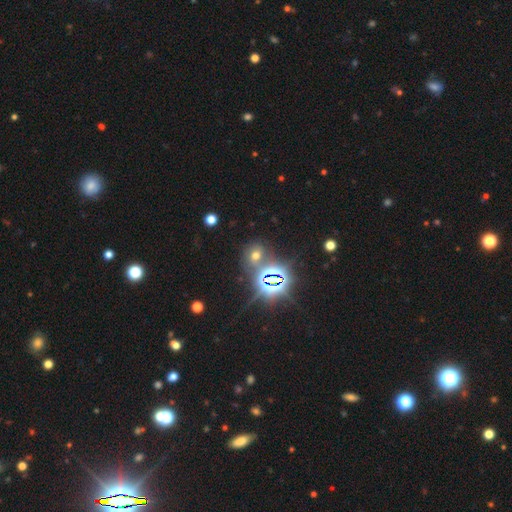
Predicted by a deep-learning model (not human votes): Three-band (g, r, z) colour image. It shows a star or artifact, not a galaxy (51%).